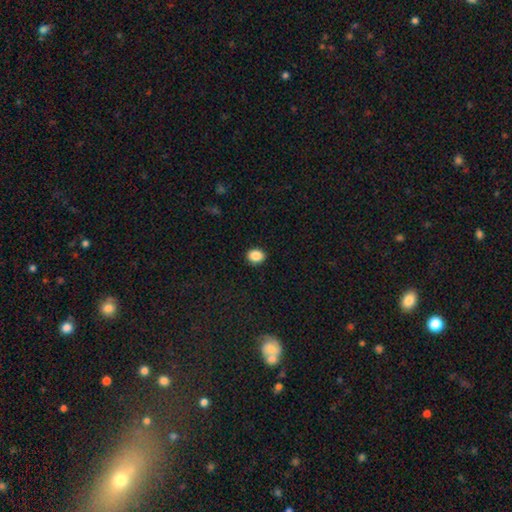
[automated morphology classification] This is clearly a smooth galaxy (87%). How rounded: possibly in between (50%). Merging: clearly none (90%).